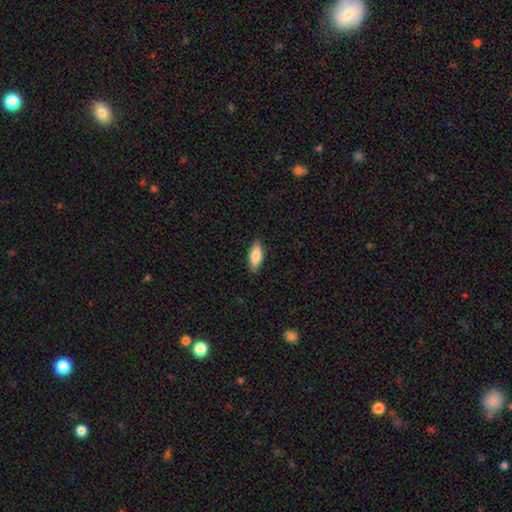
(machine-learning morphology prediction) Smooth or featured?
  - smooth: 82% *
  - featured or disk: 12%
  - star or artifact: 6%
How rounded?
  - in between: 79% *
  - cigar-shaped: 19%
  - round: 2%
Merging?
  - none: 87% *
  - minor disturbance: 10%
  - major disturbance: 2%
  - merger: 1%